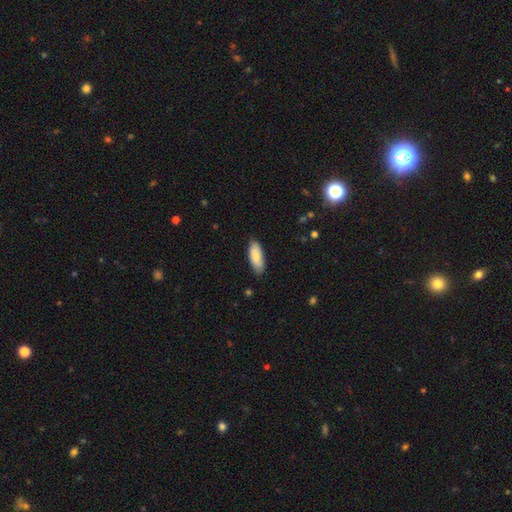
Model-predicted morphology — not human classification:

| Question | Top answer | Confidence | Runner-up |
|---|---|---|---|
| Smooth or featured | smooth | 85% | featured or disk (9%) |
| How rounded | in between | 78% | cigar-shaped (21%) |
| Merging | none | 84% | minor disturbance (13%) |